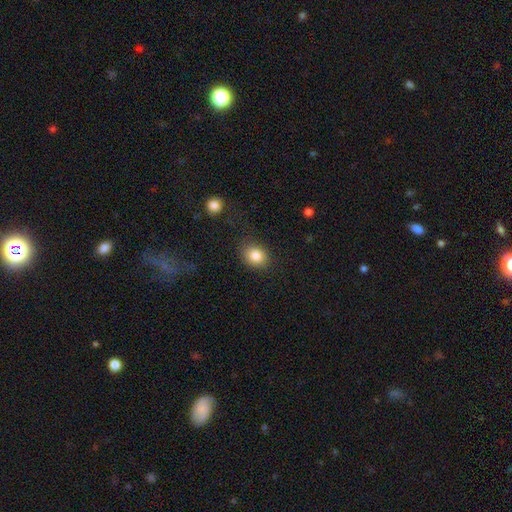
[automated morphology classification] A smooth galaxy with no disk features (84%) that is round (58%). Merging: none (83%).